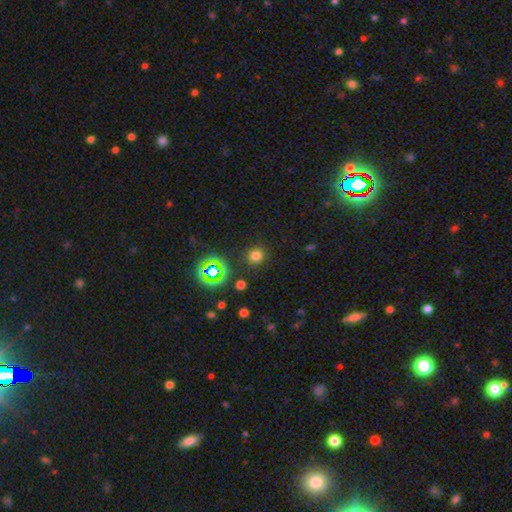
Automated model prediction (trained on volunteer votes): This appears to be a smooth galaxy with no disk features (73%) that is round (87%). Merging: none (88%).